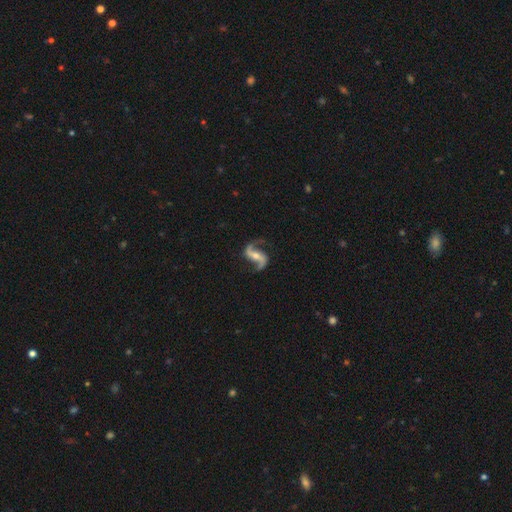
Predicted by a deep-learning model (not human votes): smooth_or_featured: featured or disk (p=0.92) [alt: star or artifact p=0.04]
disk_edge_on: no (p=0.97) [alt: yes p=0.03]
bar: strong (p=0.38) [alt: weak p=0.33]
has_spiral_arms: yes (p=0.98) [alt: no p=0.02]
spiral_winding: loose (p=0.65) [alt: medium p=0.29]
spiral_arm_count: 2 (p=0.94) [alt: 1 p=0.02]
bulge_size: moderate (p=0.50) [alt: small p=0.44]
merging: none (p=0.79) [alt: minor disturbance p=0.13]